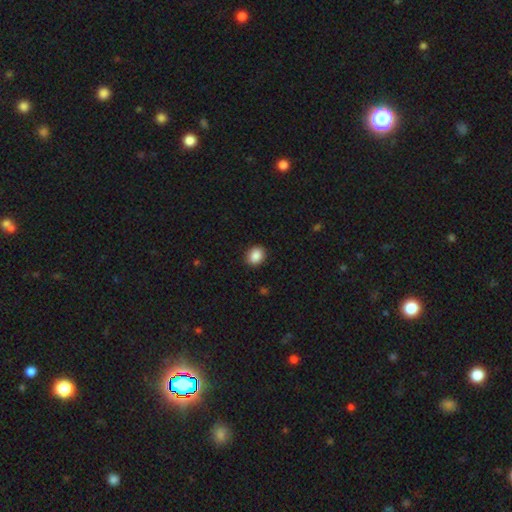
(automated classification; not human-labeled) The model was most divided on "how rounded": round: 55%, in between: 44%, cigar-shaped: 1%. More confident: merging — none (89%); smooth or featured — smooth (88%).